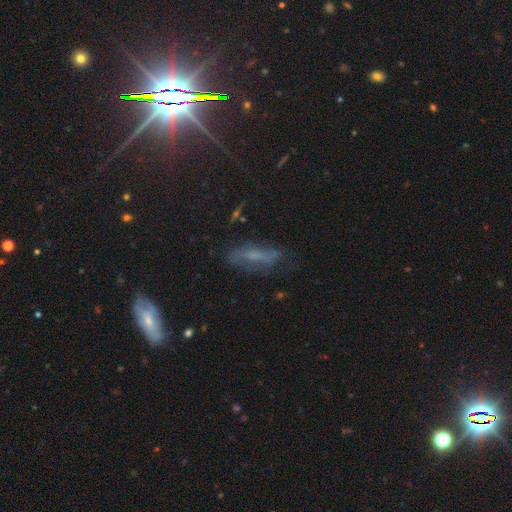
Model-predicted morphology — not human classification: This is possibly a featured or disk galaxy (46%). Merging: likely none (65%).